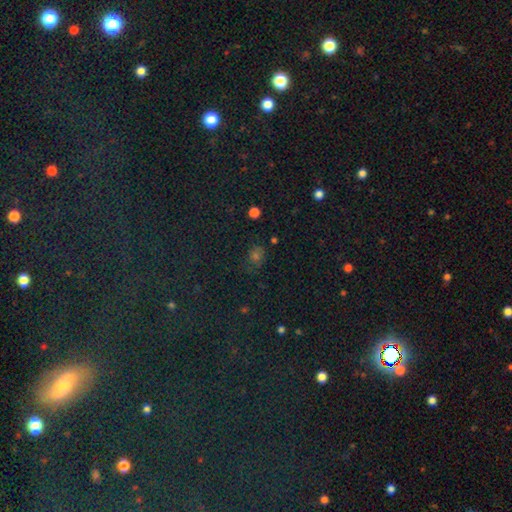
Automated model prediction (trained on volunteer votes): Smooth or featured? smooth (51%)
How rounded? round (54%)
Merging? none (74%)